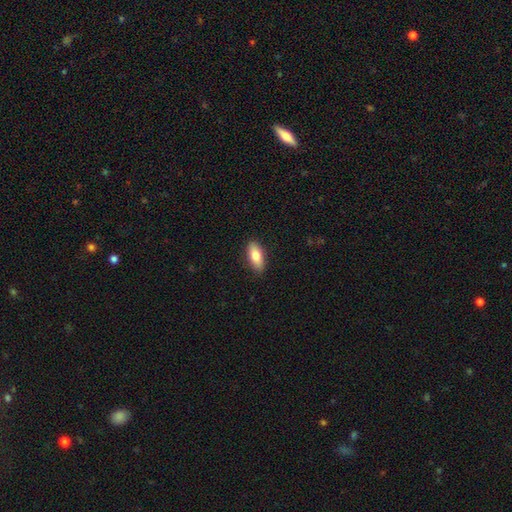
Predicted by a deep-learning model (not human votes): Smooth or featured?
  - smooth: 77% *
  - featured or disk: 17%
  - star or artifact: 6%
How rounded?
  - in between: 81% *
  - cigar-shaped: 17%
  - round: 3%
Merging?
  - none: 88% *
  - minor disturbance: 9%
  - major disturbance: 2%
  - merger: 1%